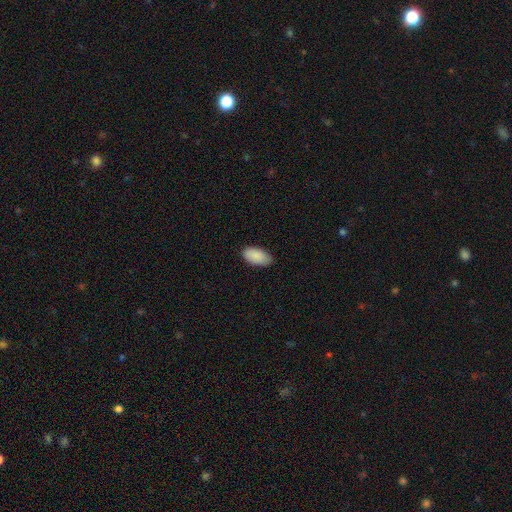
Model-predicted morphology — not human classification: This is clearly a smooth galaxy (89%). How rounded: clearly in between (95%). Merging: clearly none (84%).